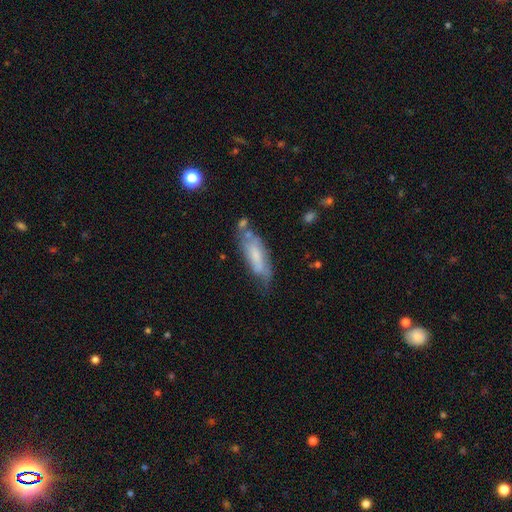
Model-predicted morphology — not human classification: The model was most divided on "how rounded": in between: 52%, cigar-shaped: 46%, round: 2%. Remaining: smooth or featured — smooth (51%); merging — none (49%).